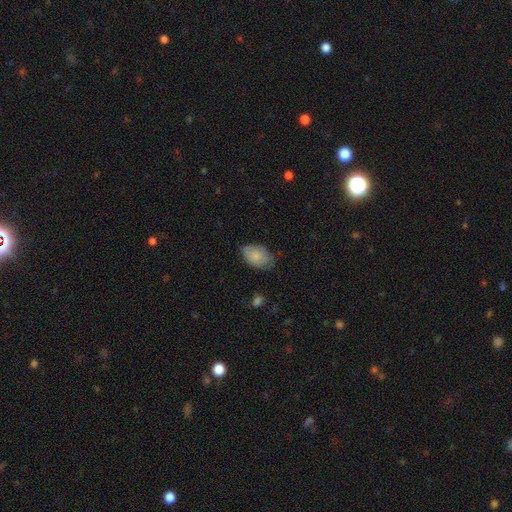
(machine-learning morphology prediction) type=smooth (82%); roundness=in between (91%); merging=none (66%).